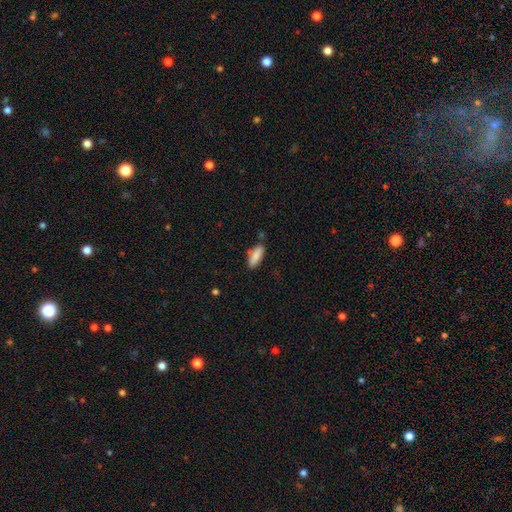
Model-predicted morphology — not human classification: Smooth or featured? smooth (87%)
How rounded? in between (67%)
Merging? none (77%)